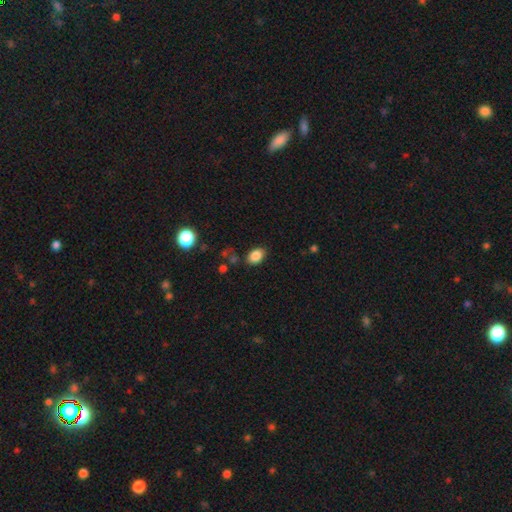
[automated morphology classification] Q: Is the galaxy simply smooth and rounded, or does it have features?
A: smooth — 86%.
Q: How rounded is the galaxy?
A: in between — 81%.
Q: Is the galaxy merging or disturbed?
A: none — 80%.